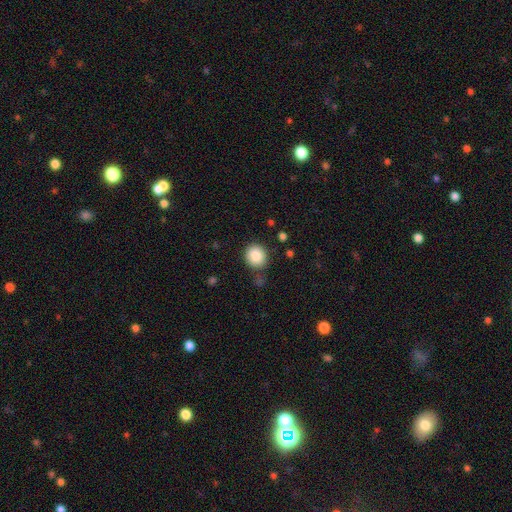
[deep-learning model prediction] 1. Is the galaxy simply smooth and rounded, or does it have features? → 87% smooth, 9% star or artifact, 5% featured or disk.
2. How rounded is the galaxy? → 83% round, 16% in between, 1% cigar-shaped.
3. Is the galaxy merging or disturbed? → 83% none, 10% minor disturbance, 4% merger, 3% major disturbance.